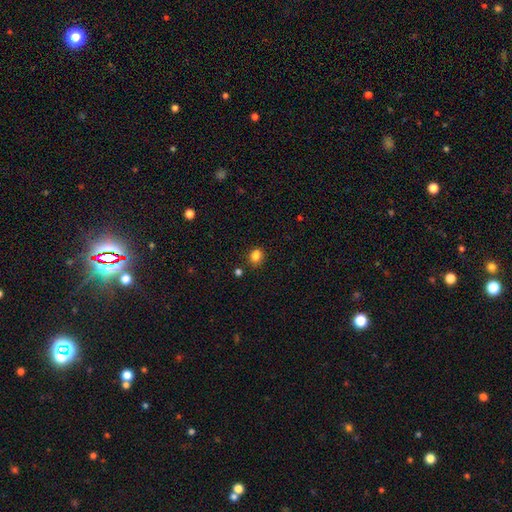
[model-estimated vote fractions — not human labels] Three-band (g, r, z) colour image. It shows a smooth galaxy with no disk features (84%) that is in between round and cigar-shaped (56%). Merging: none (77%).